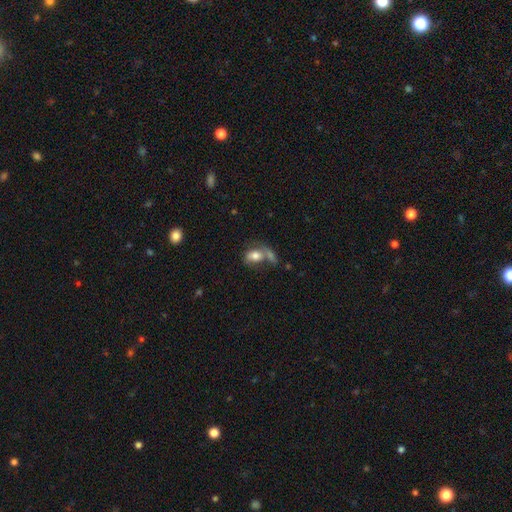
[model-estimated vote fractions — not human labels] This appears to be a smooth galaxy with no disk features (70%) that is in between round and cigar-shaped (78%). Merging: merger (42%).